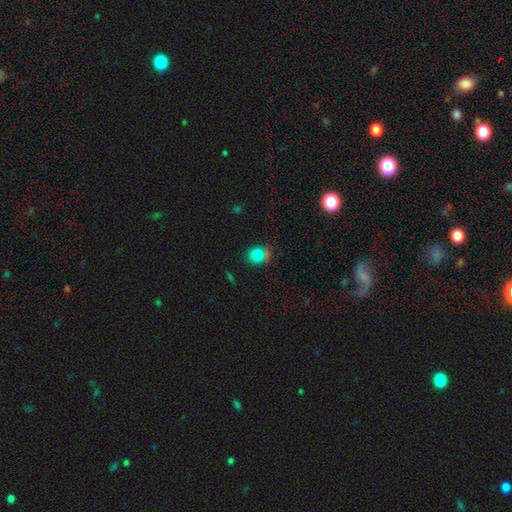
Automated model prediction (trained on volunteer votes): This is likely a smooth galaxy (74%). How rounded: clearly round (82%). Merging: likely none (79%).